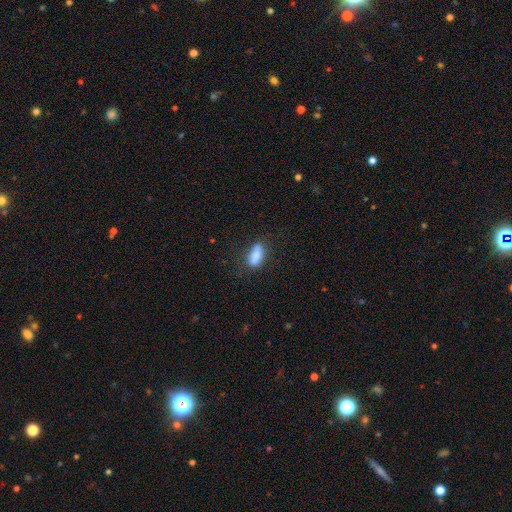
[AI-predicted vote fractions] Overall: smooth (80%). How rounded: in between (72%). Merging: none (69%).